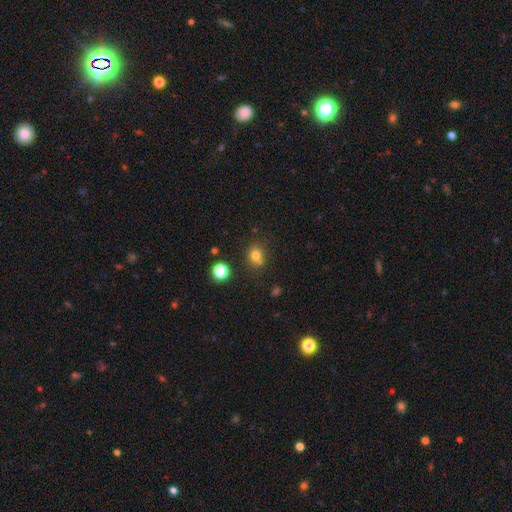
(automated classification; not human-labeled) This appears to be a smooth galaxy with no disk features (76%) that is round (75%). Merging: none (64%).